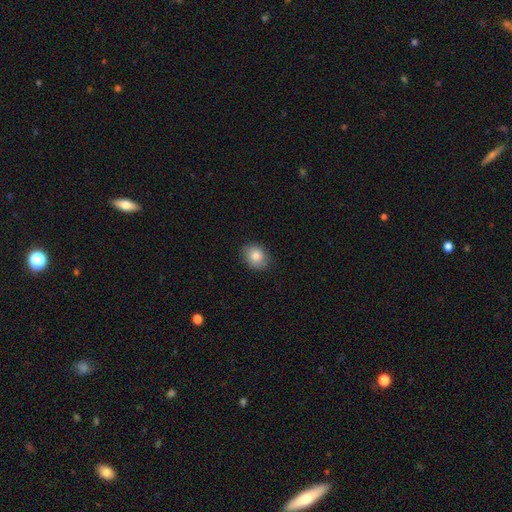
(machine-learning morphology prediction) This appears to be a smooth galaxy with no disk features (84%) that is in between round and cigar-shaped (51%). Merging: none (85%).